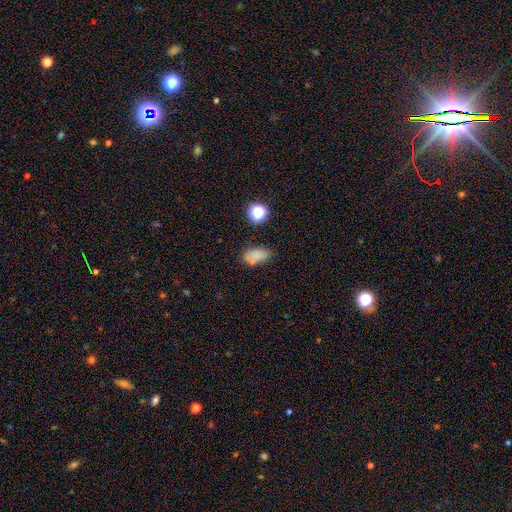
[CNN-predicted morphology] The model was most divided on "merging": none: 61%, minor disturbance: 23%, merger: 9%, major disturbance: 8%. More confident: how rounded — in between (85%); smooth or featured — smooth (74%).